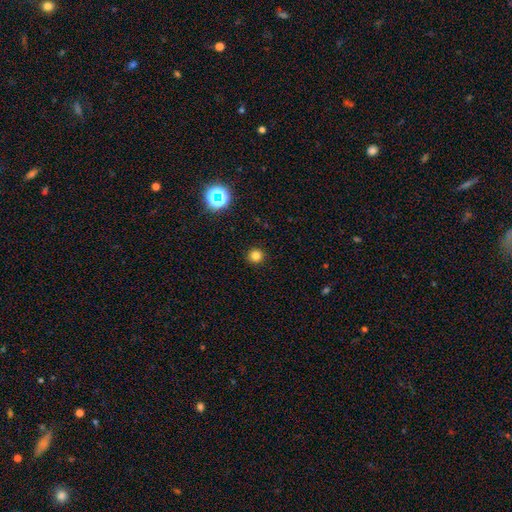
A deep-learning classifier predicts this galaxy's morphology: Smooth or featured? smooth (79%)
How rounded? round (95%)
Merging? none (92%)